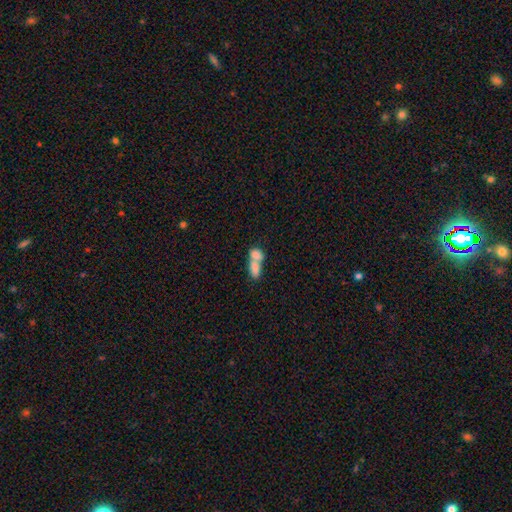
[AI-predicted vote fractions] smooth 76%, featured or disk 16%, star or artifact 8%. Down the decision tree: how rounded — in between (83%); merging — merger (76%).